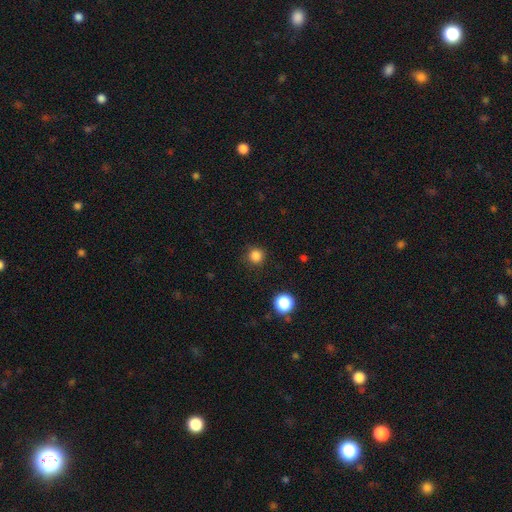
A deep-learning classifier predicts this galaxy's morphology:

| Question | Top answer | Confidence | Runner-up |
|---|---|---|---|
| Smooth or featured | smooth | 83% | star or artifact (13%) |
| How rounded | round | 95% | in between (4%) |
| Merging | none | 88% | minor disturbance (8%) |